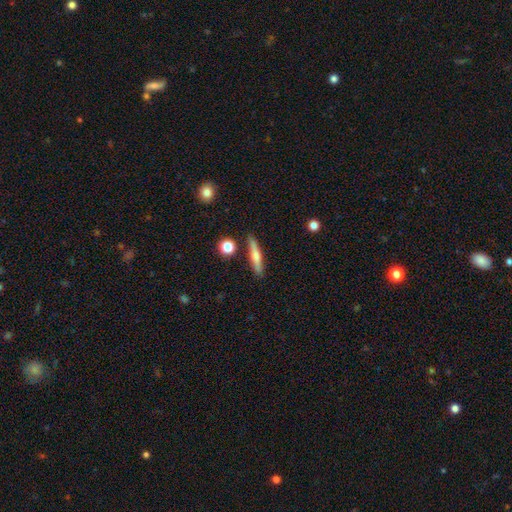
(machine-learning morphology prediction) The model was most divided on "smooth or featured": smooth: 60%, featured or disk: 33%, star or artifact: 7%. More confident: how rounded — cigar-shaped (88%); merging — none (85%).